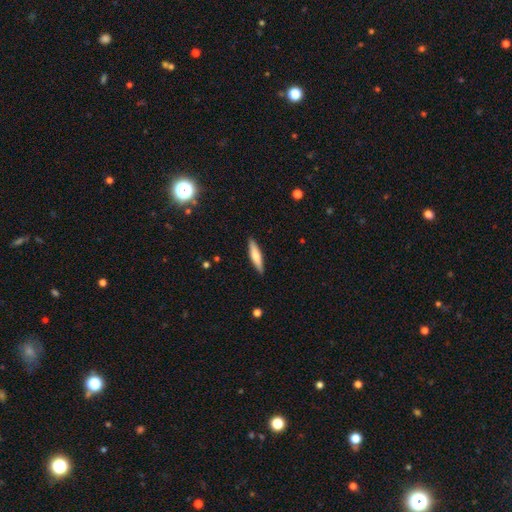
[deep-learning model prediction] This is likely a smooth galaxy (63%). How rounded: clearly cigar-shaped (82%). Merging: clearly none (90%).